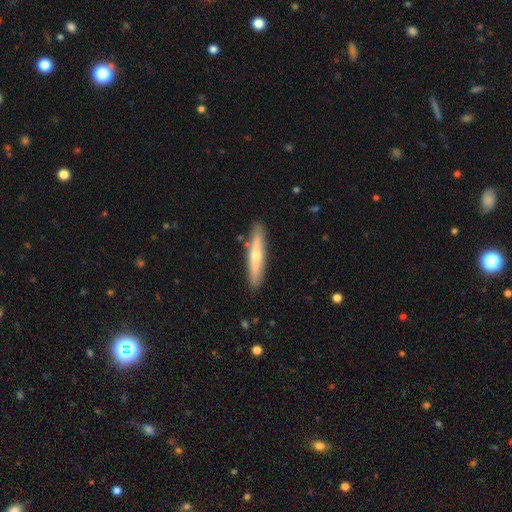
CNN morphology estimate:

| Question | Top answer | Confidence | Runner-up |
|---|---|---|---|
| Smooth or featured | featured or disk | 50% | smooth (44%) |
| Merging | none | 88% | minor disturbance (9%) |